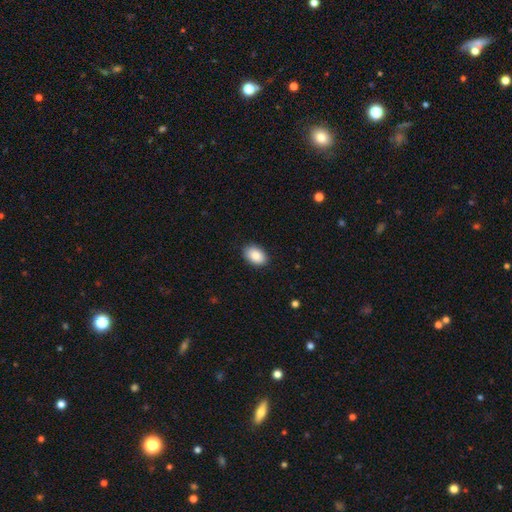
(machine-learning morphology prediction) Smooth or featured?
  - smooth: 88% *
  - star or artifact: 7%
  - featured or disk: 5%
How rounded?
  - in between: 88% *
  - round: 11%
  - cigar-shaped: 1%
Merging?
  - none: 87% *
  - minor disturbance: 10%
  - major disturbance: 2%
  - merger: 1%